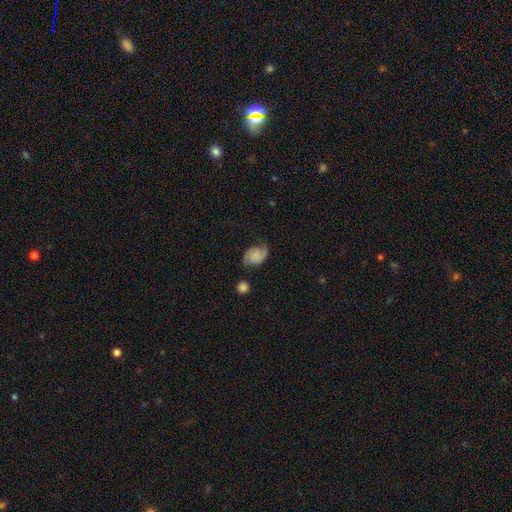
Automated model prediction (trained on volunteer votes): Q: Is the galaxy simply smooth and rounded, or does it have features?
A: featured or disk — 51%.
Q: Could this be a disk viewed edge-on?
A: no — 97%.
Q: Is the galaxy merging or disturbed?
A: none — 60%.